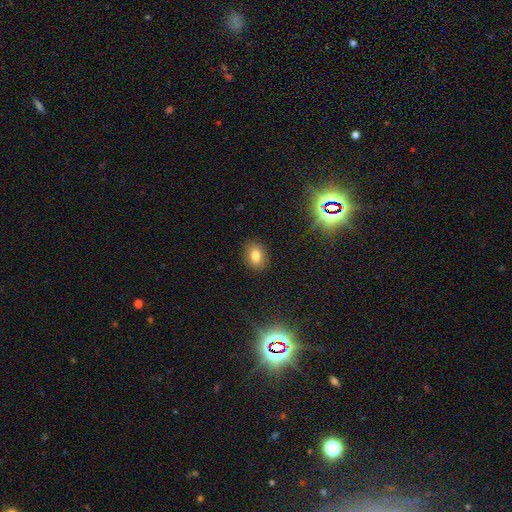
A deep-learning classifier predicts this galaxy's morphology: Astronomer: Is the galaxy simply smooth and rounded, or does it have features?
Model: smooth — 79%.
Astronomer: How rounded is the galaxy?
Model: in between — 67%.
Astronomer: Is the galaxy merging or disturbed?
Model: none — 88%.